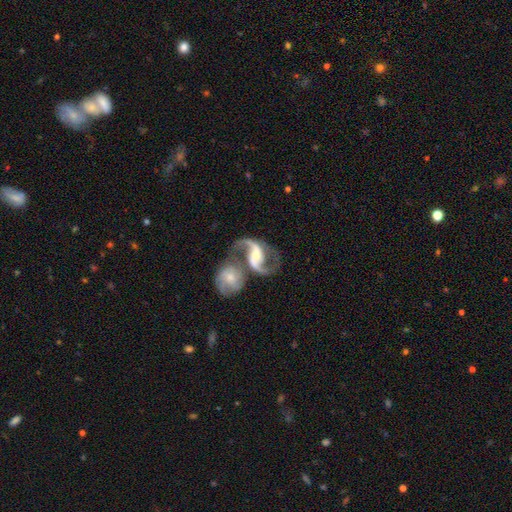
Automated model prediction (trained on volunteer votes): The model was most divided on "bar": weak: 42%, no: 31%, strong: 27%. More confident: edge-on disk — no (97%); spiral arms — yes (97%); spiral arm count — 2 (91%); smooth or featured — featured or disk (90%); spiral winding — loose (60%); merging — merger (56%); bulge size — moderate (51%).